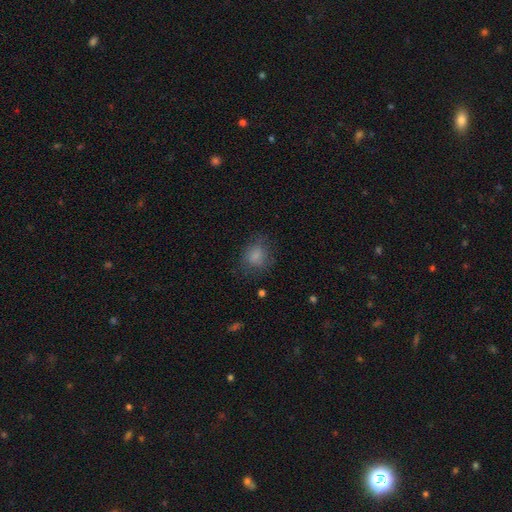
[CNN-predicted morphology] Smooth or featured: smooth — 80% (star or artifact — 10%)
How rounded: round — 63% (in between — 36%)
Merging: none — 69% (minor disturbance — 20%)